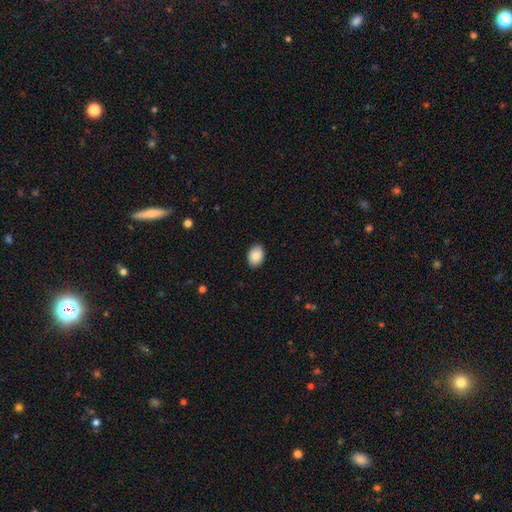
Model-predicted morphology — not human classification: Smooth or featured? smooth (89%)
How rounded? in between (79%)
Merging? none (89%)